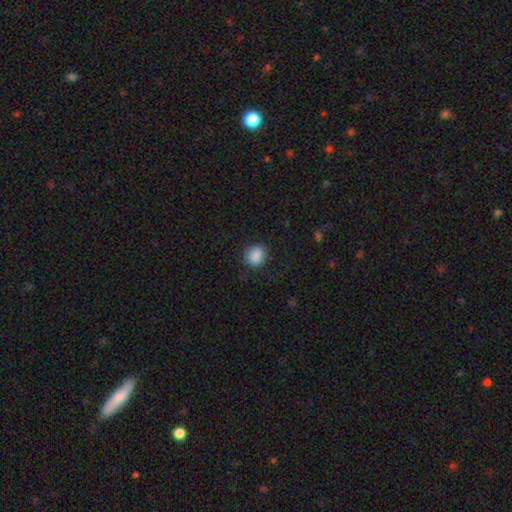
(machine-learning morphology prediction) type=smooth (88%); roundness=round (65%); merging=none (82%).